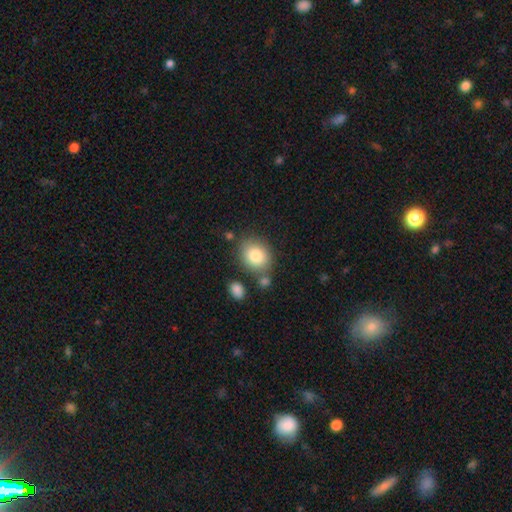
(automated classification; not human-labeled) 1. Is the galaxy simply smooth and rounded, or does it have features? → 82% smooth, 9% featured or disk, 9% star or artifact.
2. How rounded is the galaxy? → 63% round, 36% in between, 1% cigar-shaped.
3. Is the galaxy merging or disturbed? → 71% none, 13% minor disturbance, 12% merger, 4% major disturbance.